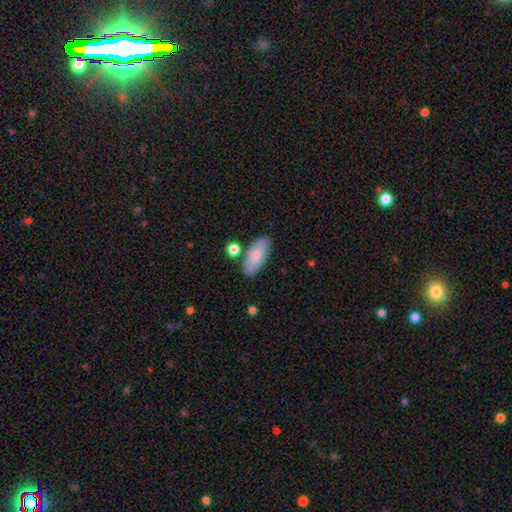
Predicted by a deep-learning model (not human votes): Q: Smooth or featured?
A: smooth (77%); runner-up: featured or disk (17%)
Q: How rounded?
A: in between (88%); runner-up: cigar-shaped (9%)
Q: Merging?
A: none (77%); runner-up: minor disturbance (13%)